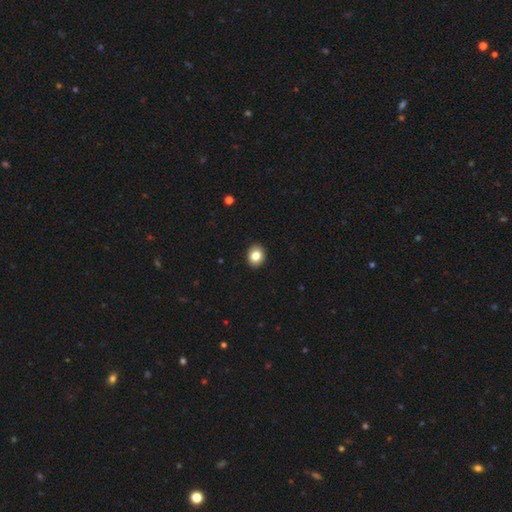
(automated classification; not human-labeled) smooth_or_featured: smooth (p=0.83) [alt: star or artifact p=0.09]
how_rounded: round (p=0.62) [alt: in between p=0.38]
merging: none (p=0.92) [alt: minor disturbance p=0.06]